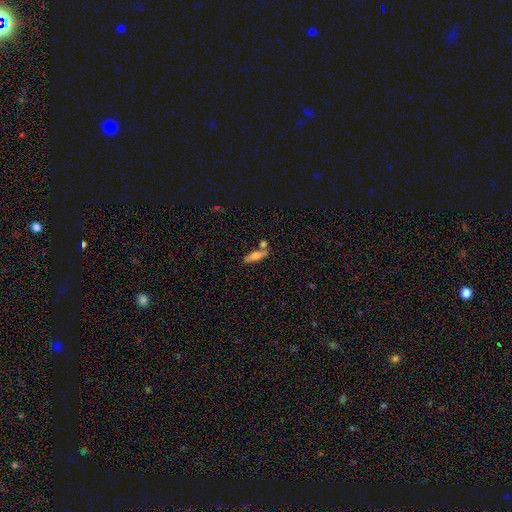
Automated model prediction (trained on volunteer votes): A smooth galaxy with no disk features (60%) that is cigar-shaped (53%). Merging: none (61%).